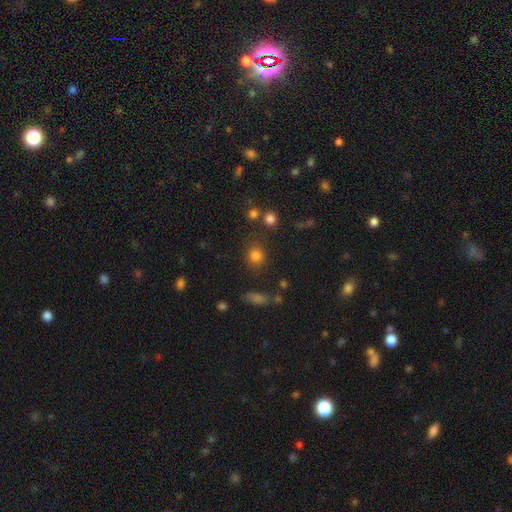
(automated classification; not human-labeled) Smooth or featured? smooth (80%)
How rounded? round (80%)
Merging? none (76%)